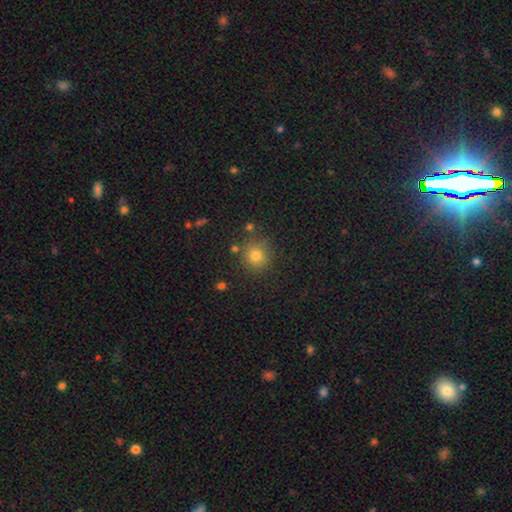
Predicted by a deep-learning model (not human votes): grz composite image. It shows a smooth galaxy with no disk features (77%) that is round (92%). Merging: none (83%).